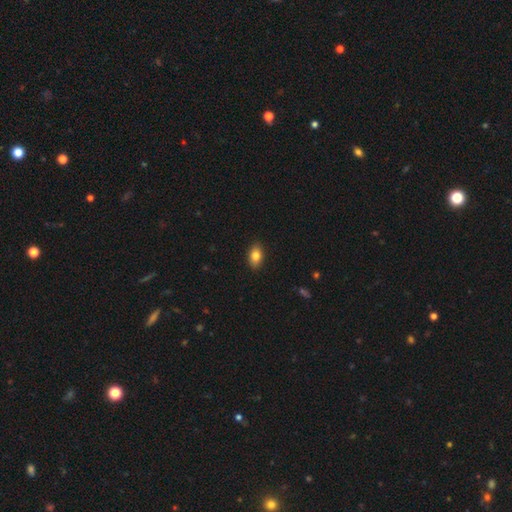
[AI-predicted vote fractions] smooth_or_featured: smooth (p=0.83) [alt: featured or disk p=0.09]
how_rounded: in between (p=0.88) [alt: round p=0.09]
merging: none (p=0.89) [alt: minor disturbance p=0.08]